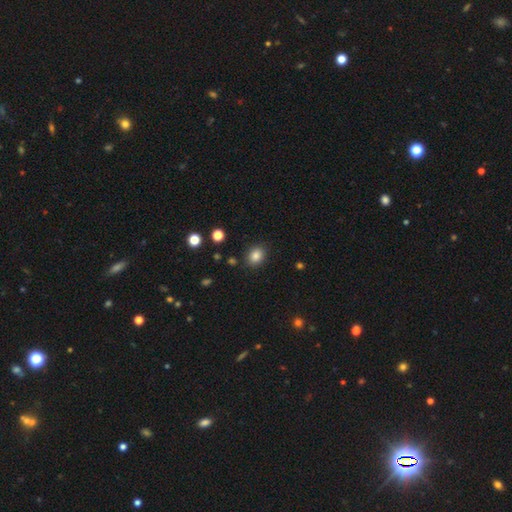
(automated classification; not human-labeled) Smooth or featured? smooth (84%)
How rounded? round (53%)
Merging? none (87%)